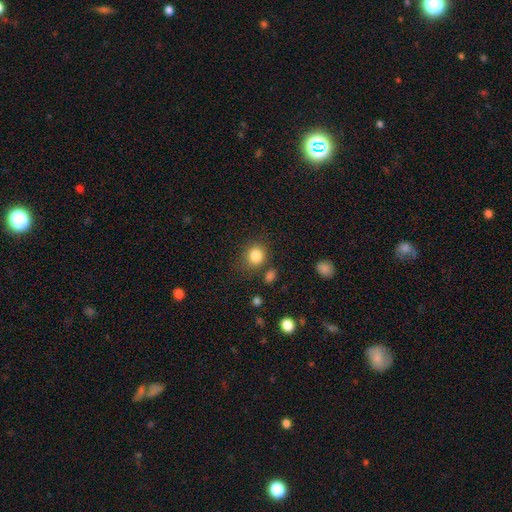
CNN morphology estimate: smooth_or_featured: smooth (p=0.84) [alt: star or artifact p=0.11]
how_rounded: round (p=0.77) [alt: in between p=0.22]
merging: none (p=0.75) [alt: minor disturbance p=0.14]